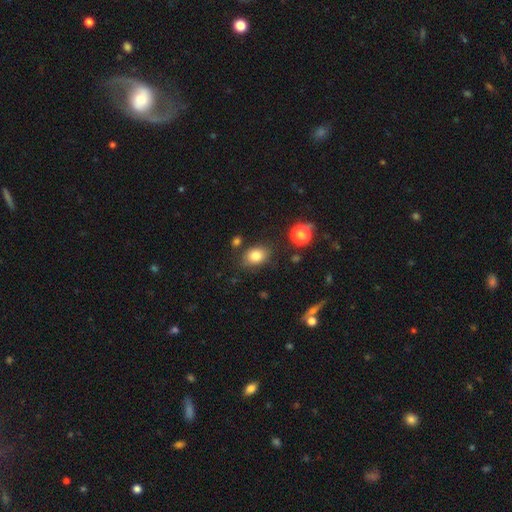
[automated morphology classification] Smooth or featured?
  - smooth: 82% *
  - star or artifact: 10%
  - featured or disk: 7%
How rounded?
  - in between: 72% *
  - round: 27%
  - cigar-shaped: 1%
Merging?
  - none: 78% *
  - minor disturbance: 14%
  - merger: 4%
  - major disturbance: 4%